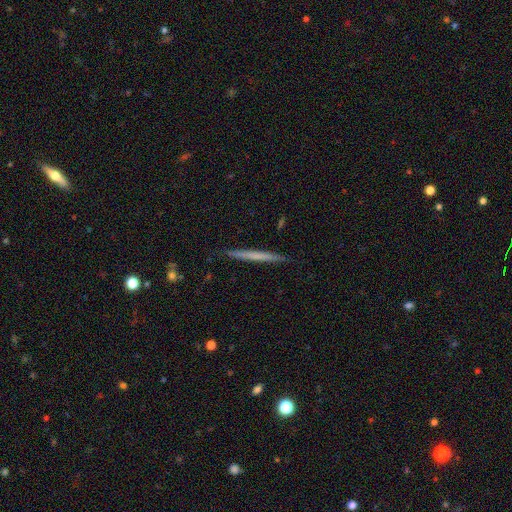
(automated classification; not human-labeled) A smooth galaxy with no disk features (51%) that is cigar-shaped (97%). Merging: none (91%).